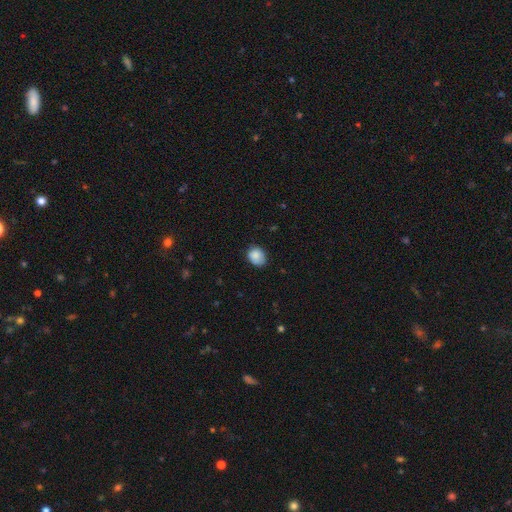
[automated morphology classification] Smooth or featured: smooth — 84% (star or artifact — 8%)
How rounded: round — 55% (in between — 44%)
Merging: none — 68% (minor disturbance — 26%)